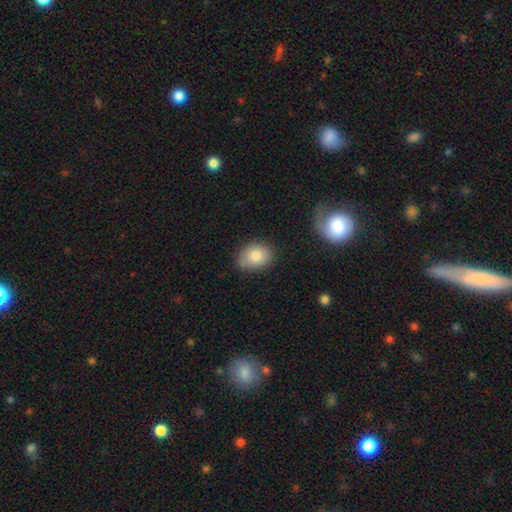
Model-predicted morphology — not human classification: This appears to be a smooth galaxy with no disk features (81%) that is in between round and cigar-shaped (60%). Merging: none (72%).